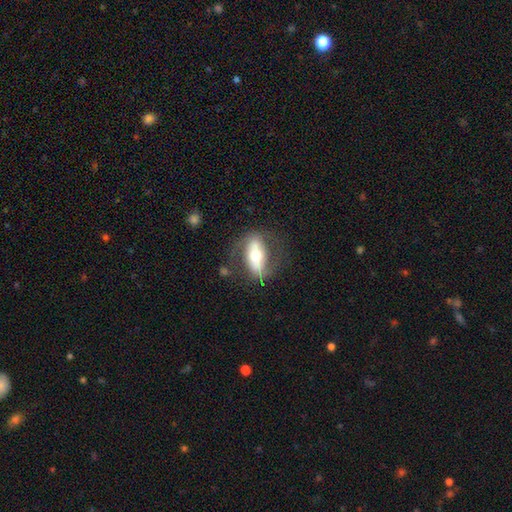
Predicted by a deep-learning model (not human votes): This appears to be a featured or disk galaxy (55%). Merging: none (67%).